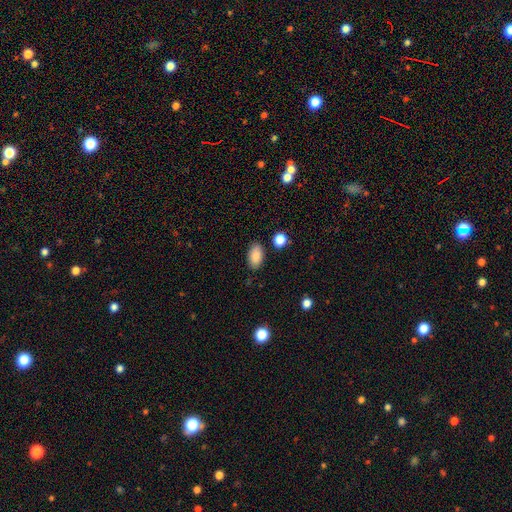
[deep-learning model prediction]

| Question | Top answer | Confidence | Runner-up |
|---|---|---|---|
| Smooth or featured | smooth | 88% | star or artifact (8%) |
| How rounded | in between | 93% | round (5%) |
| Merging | none | 85% | minor disturbance (11%) |